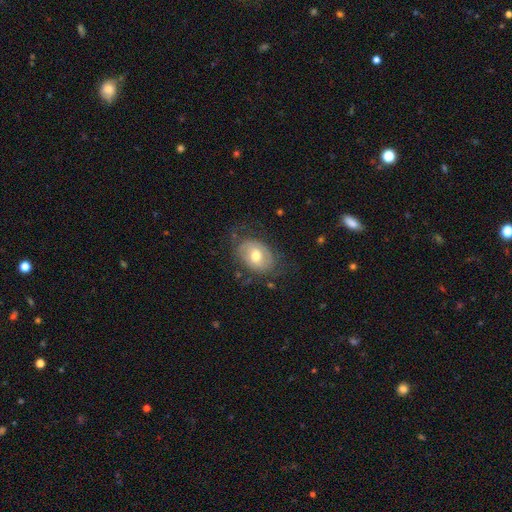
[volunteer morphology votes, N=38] Smooth or featured? smooth (53%)
How rounded? in between (70%)
Merging? none (54%)